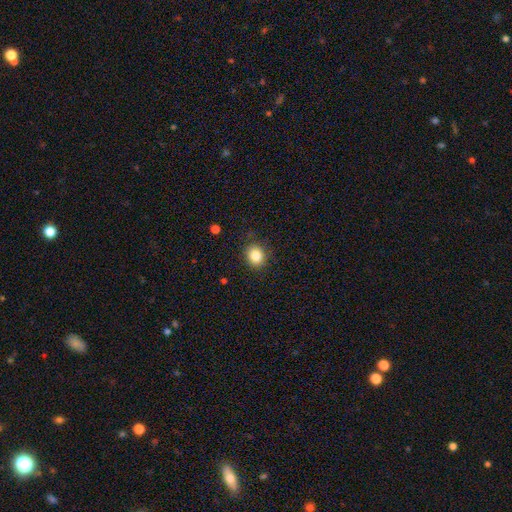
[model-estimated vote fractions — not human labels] Smooth or featured? Predicted: smooth (p=0.83). How rounded? Predicted: round (p=0.71). Merging? Predicted: none (p=0.87).